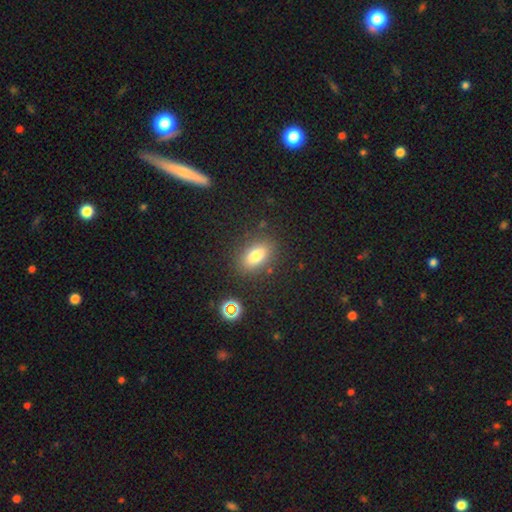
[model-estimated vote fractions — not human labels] A smooth galaxy with no disk features (78%) that is in between round and cigar-shaped (85%). Merging: none (84%).